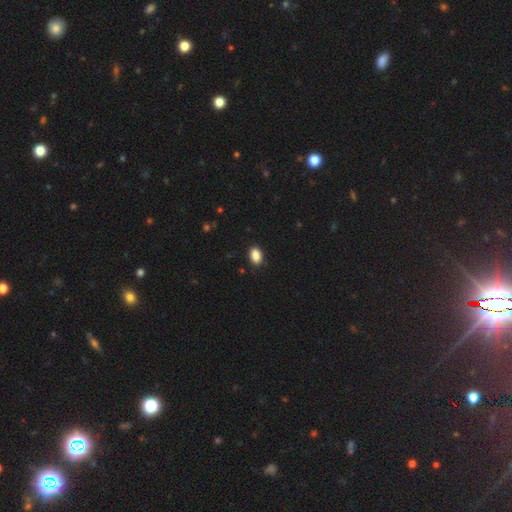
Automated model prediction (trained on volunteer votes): A smooth galaxy with no disk features (88%) that is in between round and cigar-shaped (85%). Merging: none (89%).